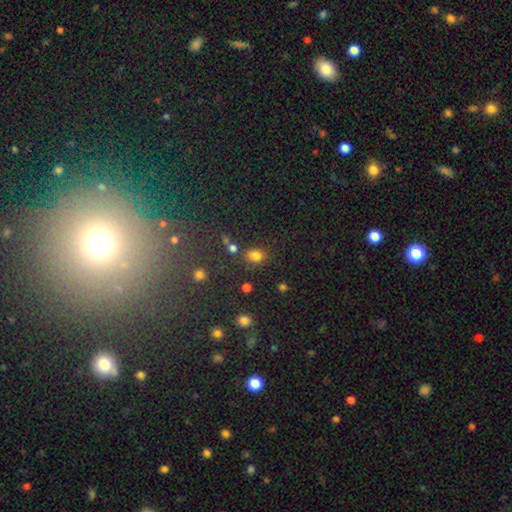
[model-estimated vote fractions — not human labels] This is likely a smooth galaxy (78%). How rounded: likely in between (63%). Merging: likely none (72%).